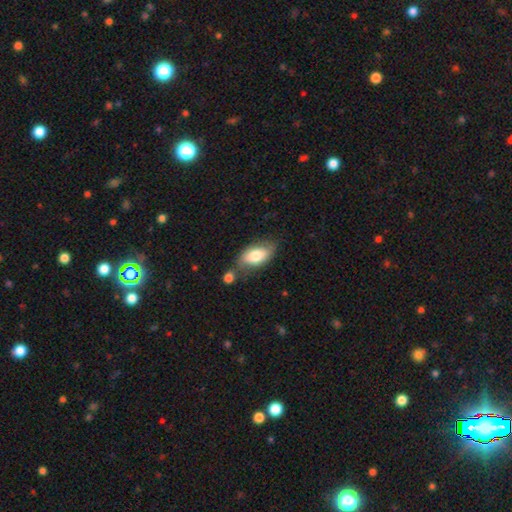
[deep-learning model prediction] Morphology: type=smooth (74%); roundness=in between (92%); merging=none (54%).